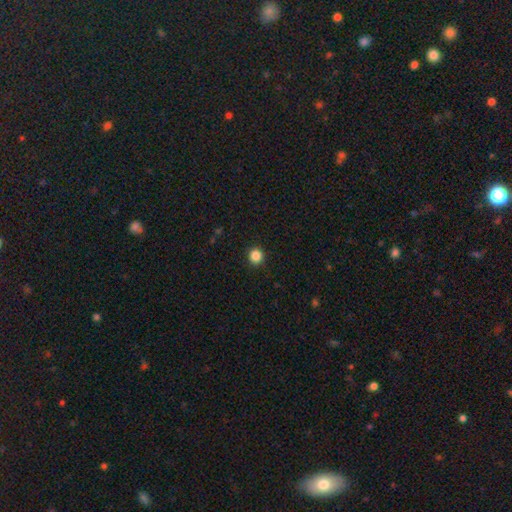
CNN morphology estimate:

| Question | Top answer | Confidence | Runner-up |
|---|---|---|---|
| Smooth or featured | smooth | 86% | star or artifact (11%) |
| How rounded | round | 92% | in between (7%) |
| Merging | none | 93% | minor disturbance (5%) |